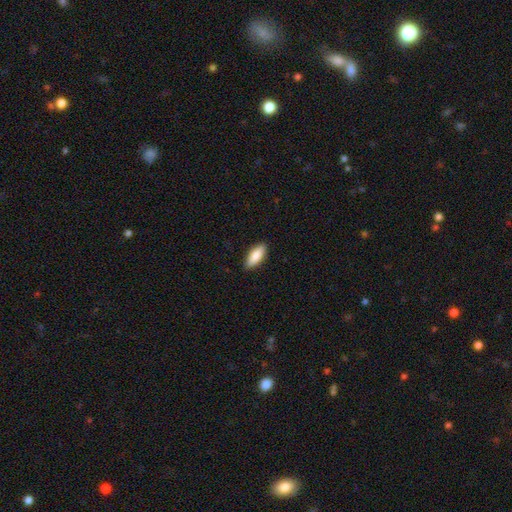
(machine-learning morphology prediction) The model was most divided on "how rounded": in between: 76%, cigar-shaped: 22%, round: 2%. More confident: merging — none (89%); smooth or featured — smooth (85%).